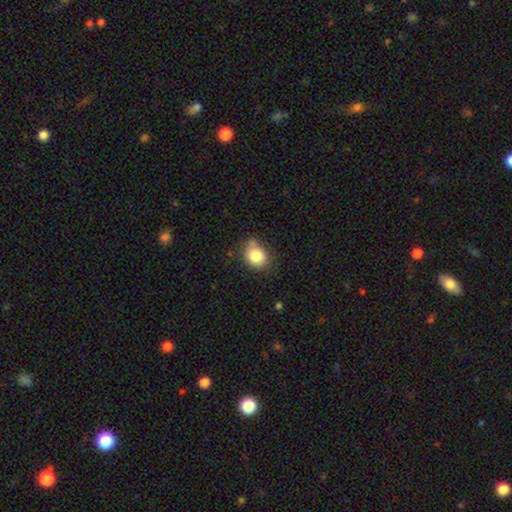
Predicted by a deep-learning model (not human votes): Smooth or featured: smooth — 82% (star or artifact — 10%)
How rounded: round — 55% (in between — 44%)
Merging: none — 69% (minor disturbance — 19%)